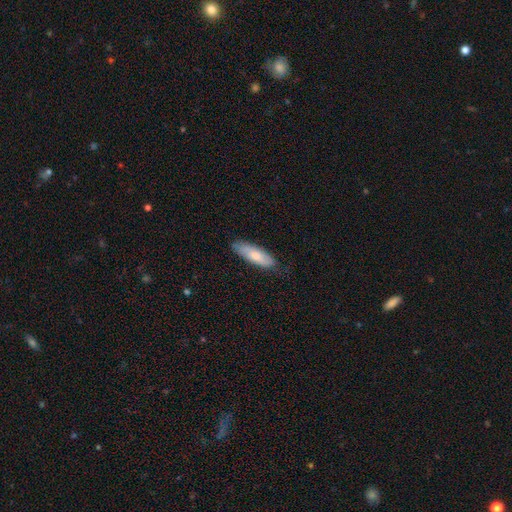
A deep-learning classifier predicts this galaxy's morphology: A smooth galaxy with no disk features (74%) that is in between round and cigar-shaped (52%).

Vote fractions:
- Smooth or featured? smooth: 74% / featured or disk: 21% / star or artifact: 6%
- How rounded? in between: 52% / cigar-shaped: 46% / round: 2%
- Merging? none: 77% / minor disturbance: 19% / major disturbance: 3% / merger: 1%